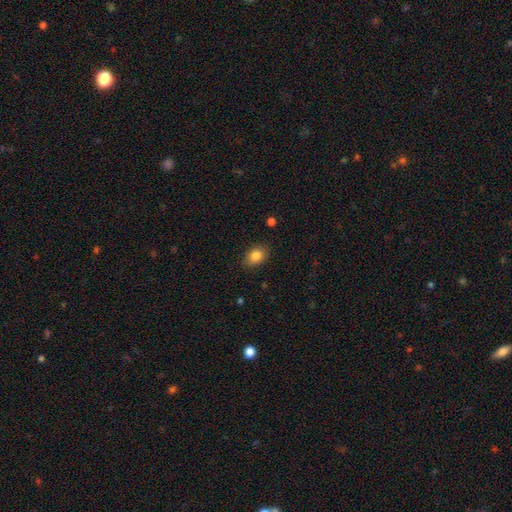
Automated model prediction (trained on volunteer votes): Morphology: type=smooth (84%); roundness=in between (73%); merging=none (84%).